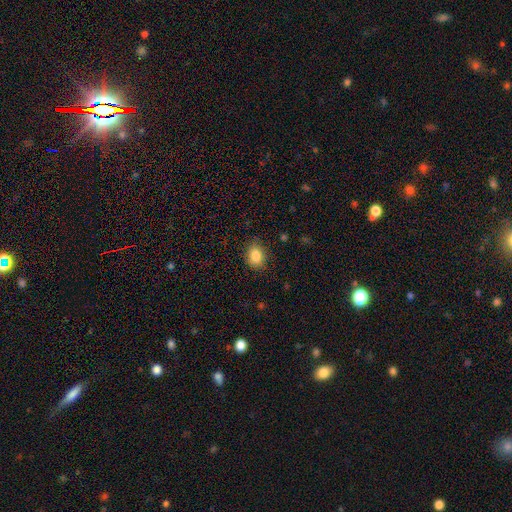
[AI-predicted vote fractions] The model was most divided on "how rounded": in between: 62%, round: 37%, cigar-shaped: 1%. More confident: smooth or featured — smooth (85%); merging — none (83%).